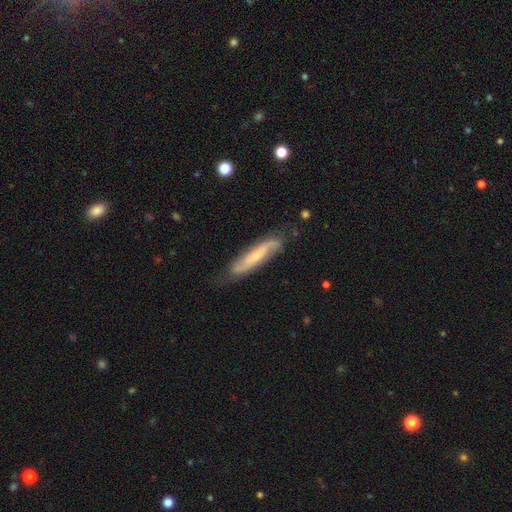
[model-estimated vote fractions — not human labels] Overall: featured or disk (69%). Edge-on disk: no (69%; yes 31%). Merging: none (71%).